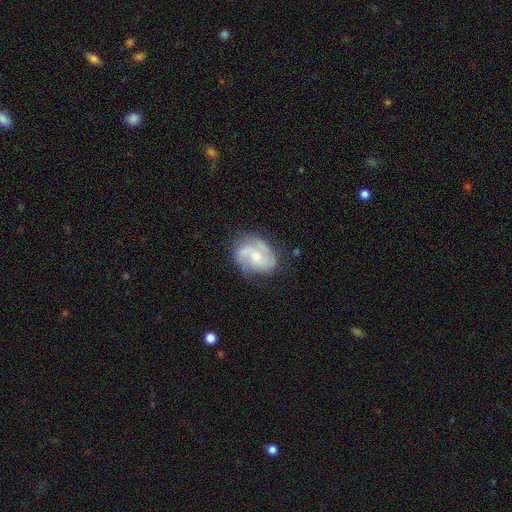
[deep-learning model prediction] Smooth or featured? Predicted: featured or disk (p=0.76). Edge-on disk? Predicted: no (p=0.98). Bar? Predicted: no (p=0.50). Spiral arms? Predicted: yes (p=0.93). Spiral winding? Predicted: medium (p=0.48). Spiral arm count? Predicted: 2 (p=0.57). Bulge size? Predicted: small (p=0.44). Merging? Predicted: none (p=0.65).